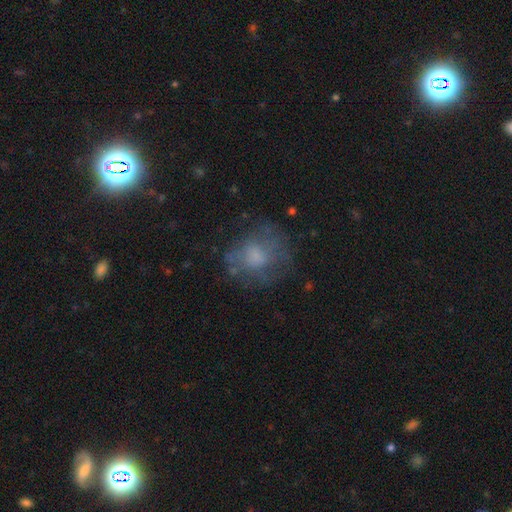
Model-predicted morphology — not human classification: Smooth or featured?
  - smooth: 55% *
  - featured or disk: 32%
  - star or artifact: 13%
How rounded?
  - round: 68% *
  - in between: 31%
  - cigar-shaped: 1%
Merging?
  - none: 57% *
  - minor disturbance: 21%
  - major disturbance: 19%
  - merger: 2%